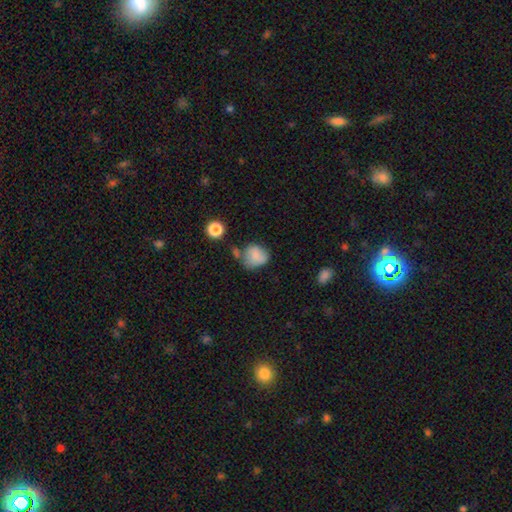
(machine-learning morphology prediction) Overall: smooth (78%). How rounded: round (67%; in between 32%). Merging: none (45%; minor disturbance 29%).